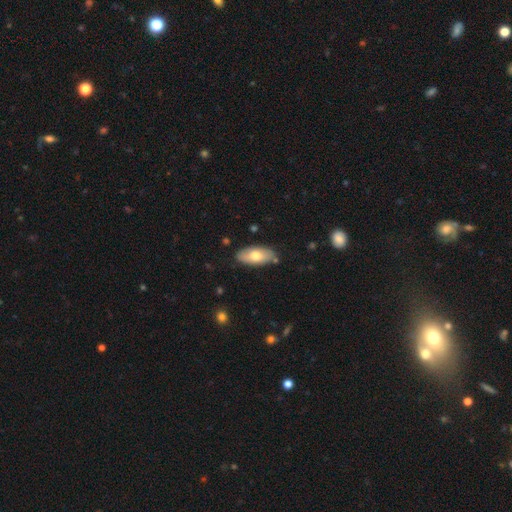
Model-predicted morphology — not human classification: type=smooth (70%); roundness=in between (89%); merging=none (83%).